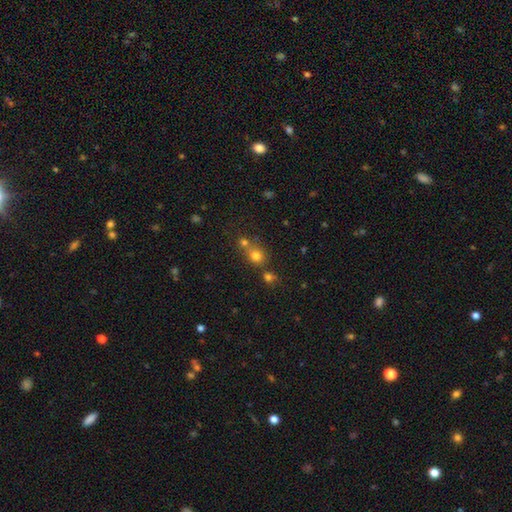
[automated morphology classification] A smooth galaxy with no disk features (73%) that is round (81%).

Vote fractions:
- Smooth or featured? smooth: 73% / star or artifact: 18% / featured or disk: 9%
- How rounded? round: 81% / in between: 18% / cigar-shaped: 1%
- Merging? none: 50% / merger: 38% / minor disturbance: 8% / major disturbance: 4%